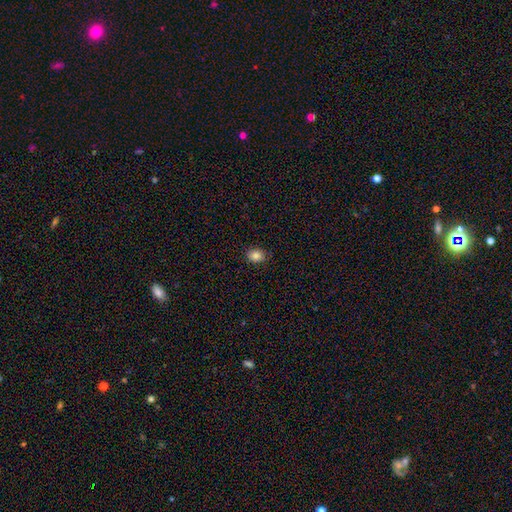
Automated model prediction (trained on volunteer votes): Smooth or featured: smooth — 84% (star or artifact — 10%)
How rounded: round — 52% (in between — 47%)
Merging: none — 85% (minor disturbance — 11%)